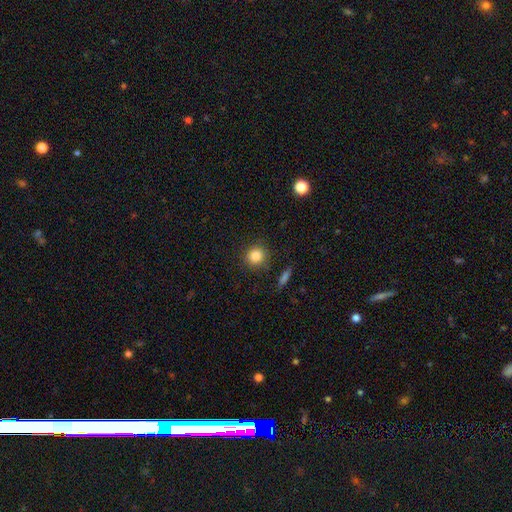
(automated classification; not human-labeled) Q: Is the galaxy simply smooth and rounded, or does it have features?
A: smooth — 85%.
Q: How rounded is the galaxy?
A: round — 91%.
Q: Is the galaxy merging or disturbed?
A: none — 88%.